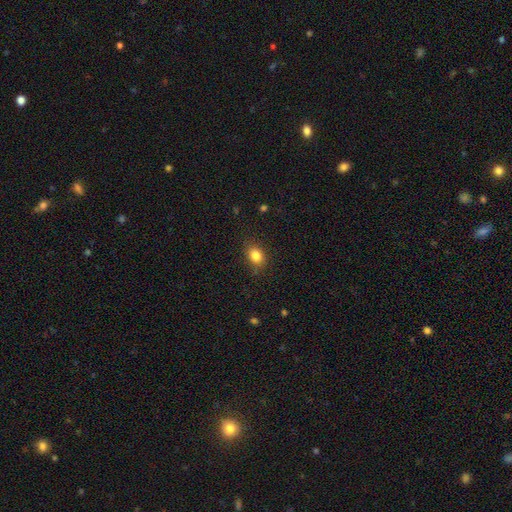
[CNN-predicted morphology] Smooth or featured: smooth — 83% (star or artifact — 10%)
How rounded: in between — 68% (round — 31%)
Merging: none — 82% (minor disturbance — 14%)